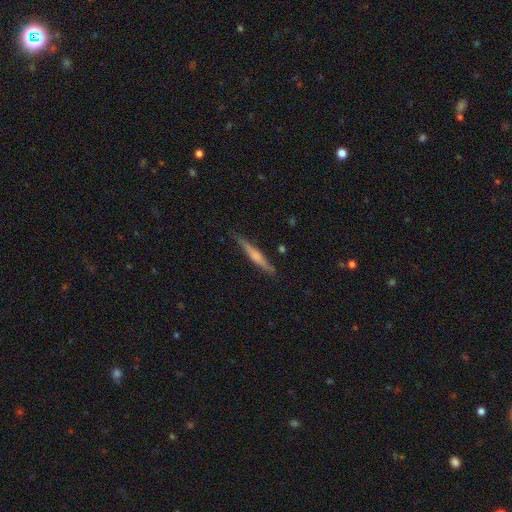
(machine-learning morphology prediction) Q: Smooth or featured?
A: featured or disk (54%); runner-up: smooth (41%)
Q: Edge-on disk?
A: yes (97%); runner-up: no (3%)
Q: Edge-on bulge?
A: rounded (54%); runner-up: none (26%)
Q: Merging?
A: none (84%); runner-up: minor disturbance (12%)